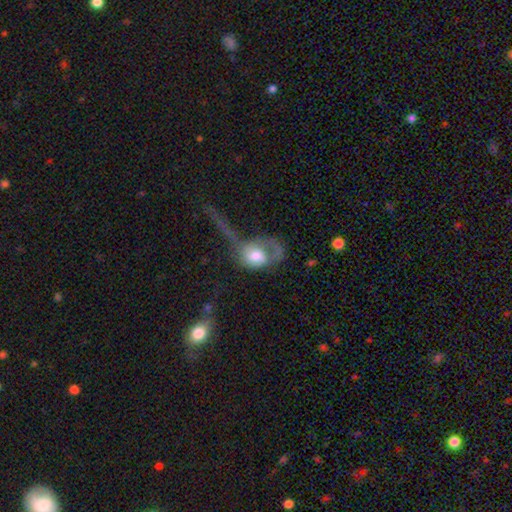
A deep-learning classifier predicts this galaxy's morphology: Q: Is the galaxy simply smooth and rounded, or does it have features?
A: smooth — 52%.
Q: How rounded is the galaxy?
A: in between — 64%.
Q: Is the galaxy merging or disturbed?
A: major disturbance — 64%.